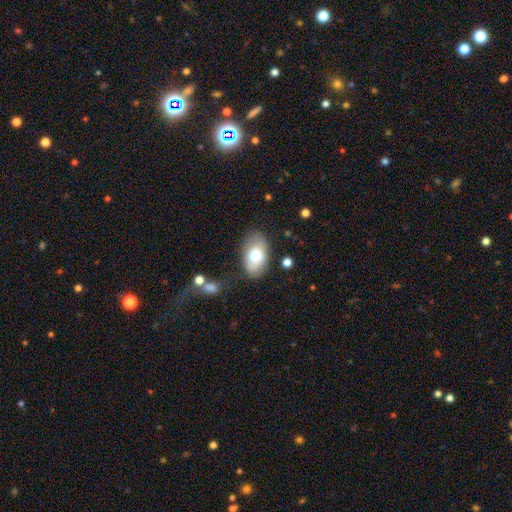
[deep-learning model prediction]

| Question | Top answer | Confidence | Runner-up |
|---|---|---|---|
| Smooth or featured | smooth | 71% | featured or disk (22%) |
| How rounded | in between | 91% | round (7%) |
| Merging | none | 81% | minor disturbance (13%) |